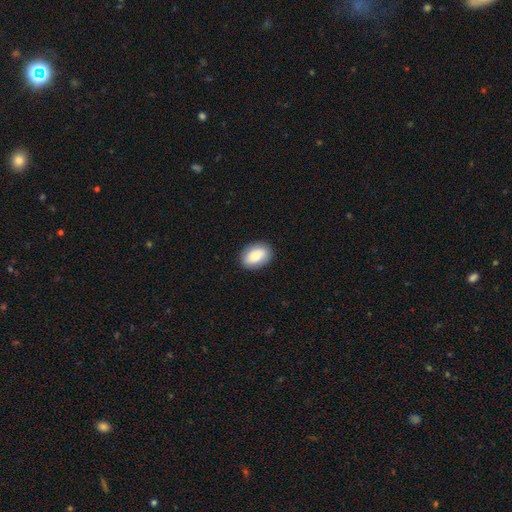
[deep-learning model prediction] Q: Smooth or featured?
A: smooth (84%); runner-up: featured or disk (10%)
Q: How rounded?
A: in between (83%); runner-up: round (16%)
Q: Merging?
A: none (86%); runner-up: minor disturbance (10%)